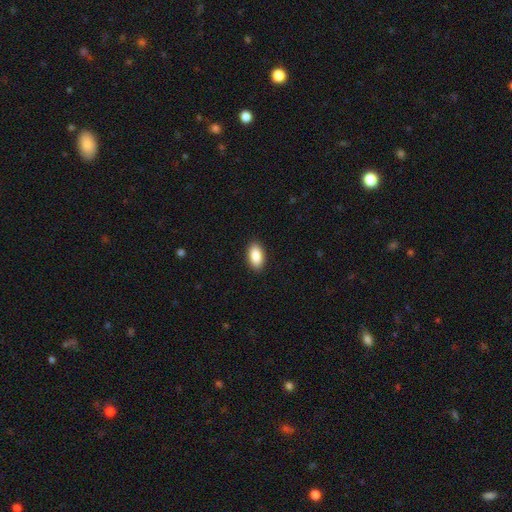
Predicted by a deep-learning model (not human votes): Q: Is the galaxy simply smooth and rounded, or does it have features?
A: smooth — 89%.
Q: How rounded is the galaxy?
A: in between — 94%.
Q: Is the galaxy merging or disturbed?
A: none — 90%.